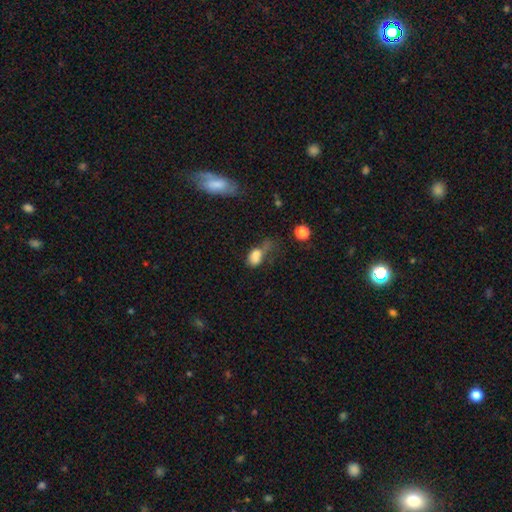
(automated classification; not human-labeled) A smooth galaxy with no disk features (73%) that is in between round and cigar-shaped (73%). Merging: major disturbance (35%).